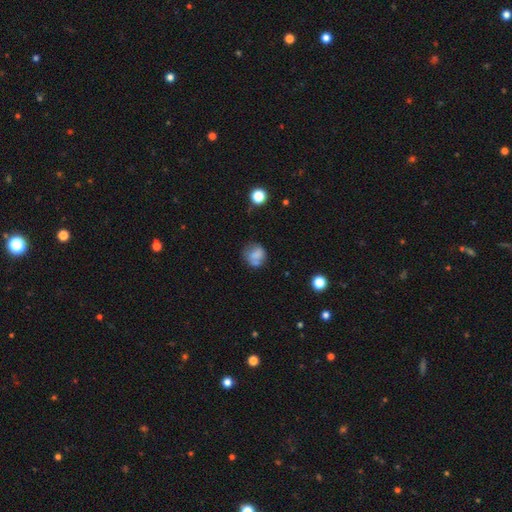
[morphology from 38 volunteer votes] type=smooth (66%); roundness=round (88%); merging=none (51%).